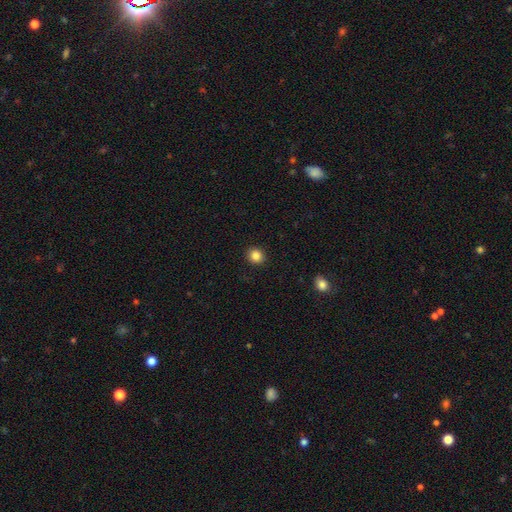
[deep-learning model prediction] Q: Smooth or featured?
A: smooth (85%); runner-up: star or artifact (11%)
Q: How rounded?
A: round (85%); runner-up: in between (14%)
Q: Merging?
A: none (92%); runner-up: minor disturbance (5%)